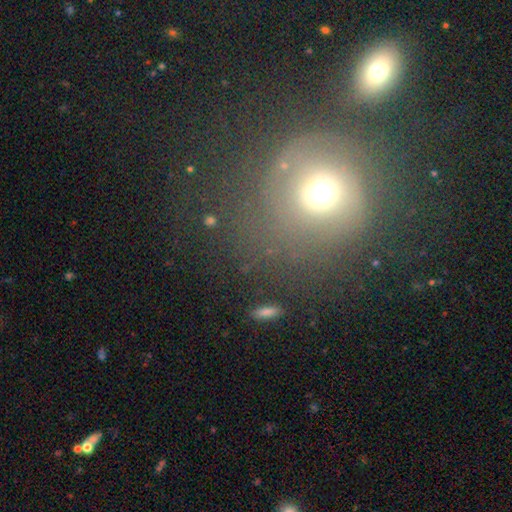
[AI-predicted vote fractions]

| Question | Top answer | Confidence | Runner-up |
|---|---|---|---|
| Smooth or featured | smooth | 49% | featured or disk (32%) |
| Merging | none | 57% | minor disturbance (16%) |